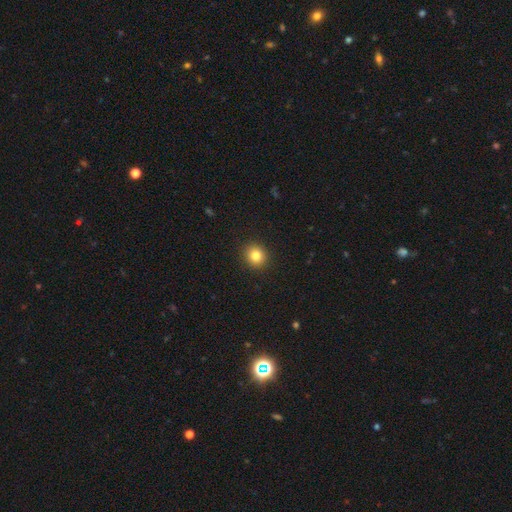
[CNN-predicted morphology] Smooth or featured: smooth — 82% (star or artifact — 11%)
How rounded: round — 88% (in between — 11%)
Merging: none — 92% (minor disturbance — 5%)